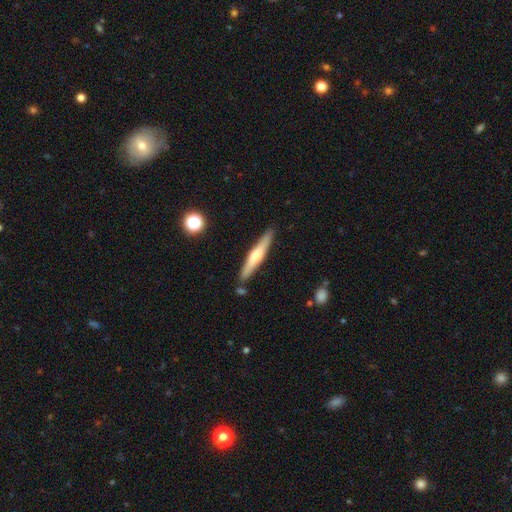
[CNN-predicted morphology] smooth_or_featured: featured or disk (p=0.50) [alt: smooth p=0.45]
merging: none (p=0.86) [alt: minor disturbance p=0.09]